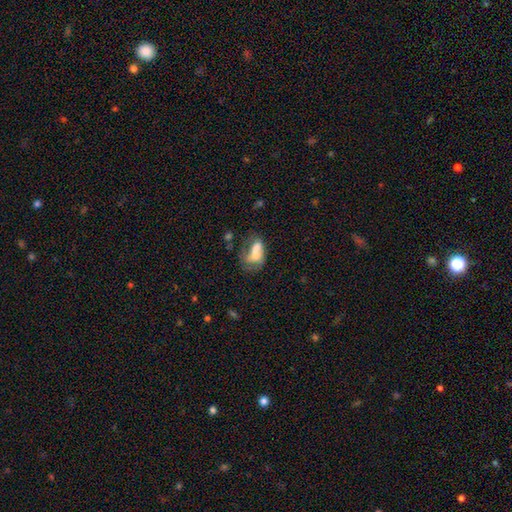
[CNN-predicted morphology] This appears to be a smooth galaxy with no disk features (54%) that is in between round and cigar-shaped (81%). Merging: merger (37%).